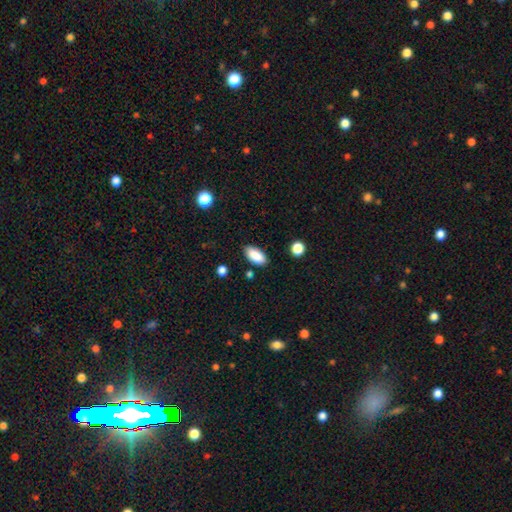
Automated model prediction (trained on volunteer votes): Overall: smooth (89%). How rounded: in between (92%). Merging: none (84%).